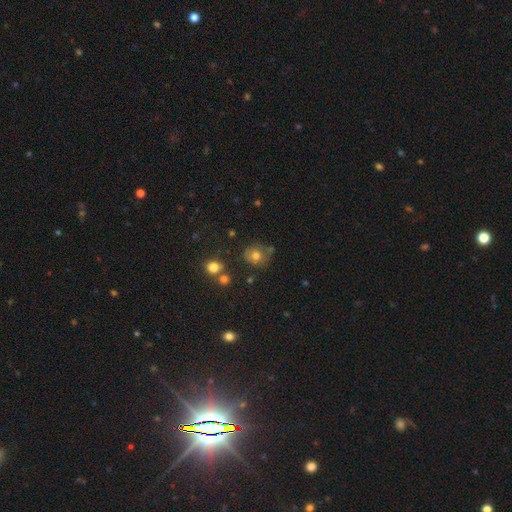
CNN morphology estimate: smooth_or_featured: smooth (p=0.73) [alt: star or artifact p=0.14]
how_rounded: round (p=0.80) [alt: in between p=0.19]
merging: none (p=0.64) [alt: minor disturbance p=0.20]